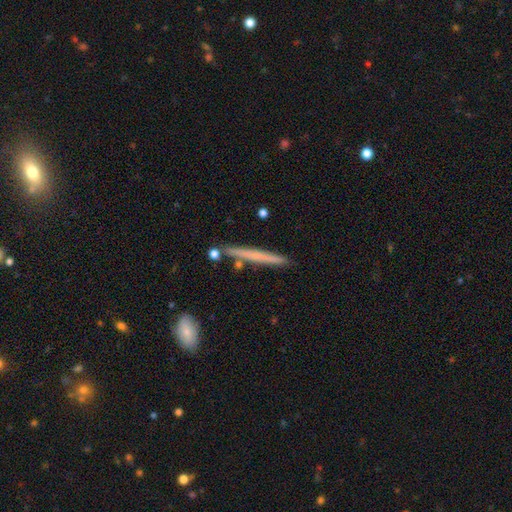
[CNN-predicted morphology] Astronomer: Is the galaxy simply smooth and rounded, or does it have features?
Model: smooth — 53% (runner-up: featured or disk, 41%).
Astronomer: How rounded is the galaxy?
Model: cigar-shaped — 97%.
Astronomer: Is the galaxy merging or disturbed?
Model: none — 86%.